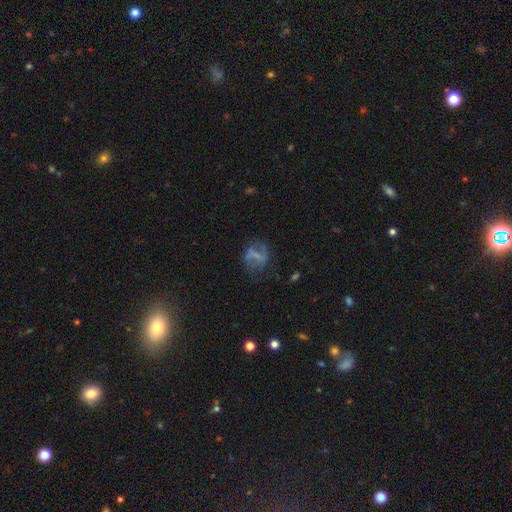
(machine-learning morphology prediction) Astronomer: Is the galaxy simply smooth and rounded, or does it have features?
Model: featured or disk — 50% (runner-up: smooth, 38%).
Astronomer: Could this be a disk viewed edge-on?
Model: no — 95%.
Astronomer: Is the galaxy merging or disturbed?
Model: none — 58%.